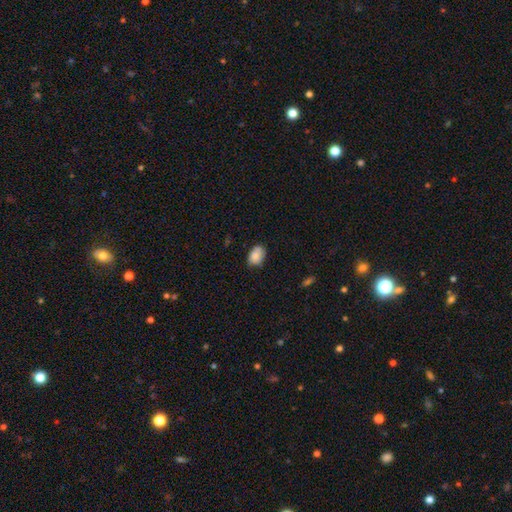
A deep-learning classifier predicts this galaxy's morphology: Q: Smooth or featured?
A: smooth (80%); runner-up: featured or disk (12%)
Q: How rounded?
A: in between (81%); runner-up: round (18%)
Q: Merging?
A: none (65%); runner-up: minor disturbance (28%)